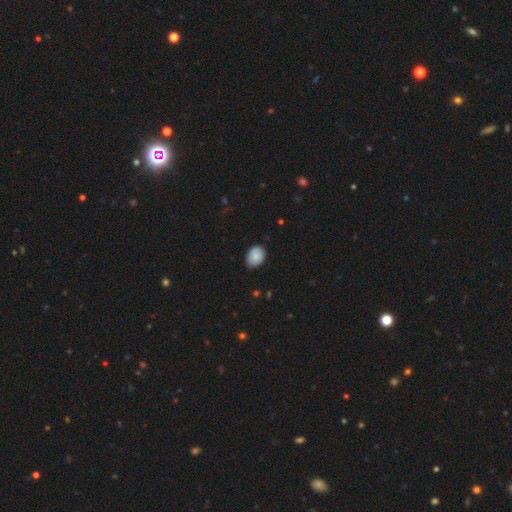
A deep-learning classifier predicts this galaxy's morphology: smooth-or-featured: smooth: 87% | star or artifact: 7% | featured or disk: 5%
  how-rounded: in between: 74% | round: 26% | cigar-shaped: 1%
  merging: none: 82% | minor disturbance: 15% | major disturbance: 2% | merger: 1%